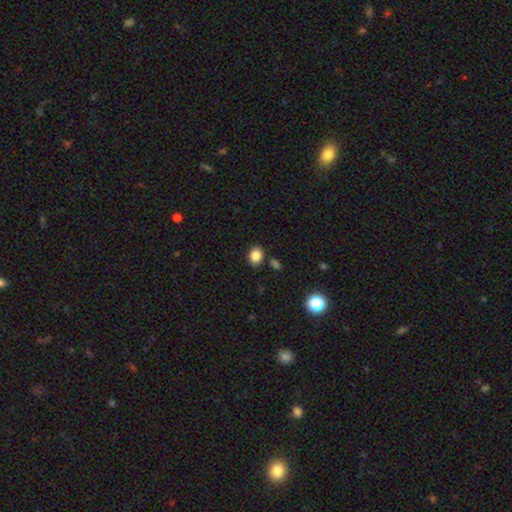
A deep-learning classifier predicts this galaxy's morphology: This appears to be a smooth galaxy with no disk features (85%) that is in between round and cigar-shaped (59%). Merging: none (82%).